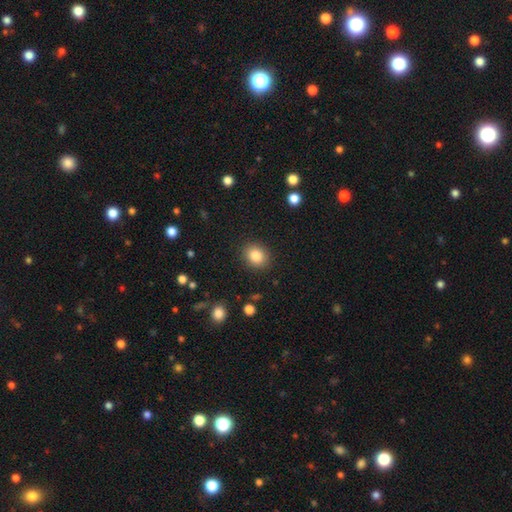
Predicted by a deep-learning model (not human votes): This is clearly a smooth galaxy (84%). How rounded: likely round (66%). Merging: clearly none (89%).